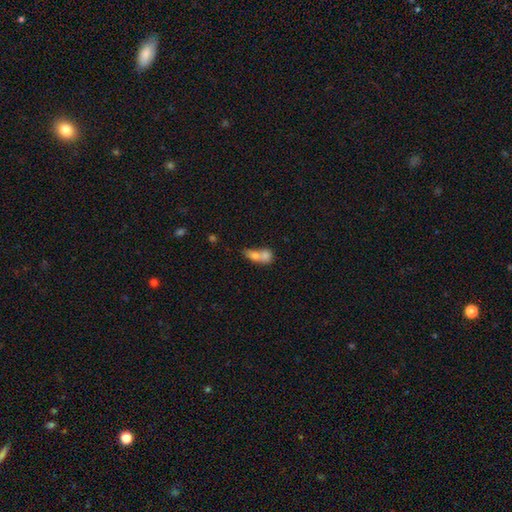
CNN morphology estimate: The model was most divided on "how rounded": in between: 64%, round: 26%, cigar-shaped: 10%. More confident: merging — merger (72%); smooth or featured — smooth (71%).